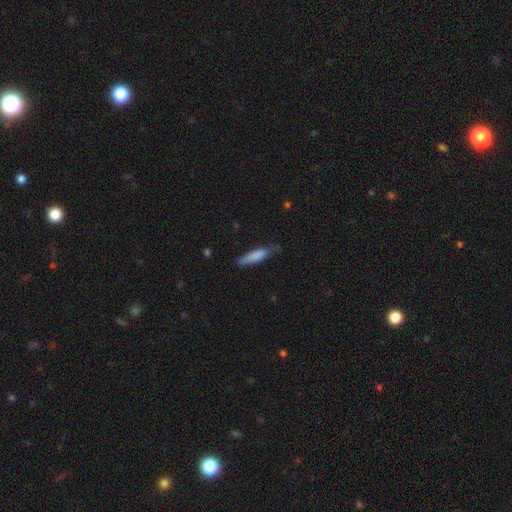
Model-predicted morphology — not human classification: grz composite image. It shows a smooth galaxy with no disk features (79%) that is cigar-shaped (73%). Merging: none (60%).